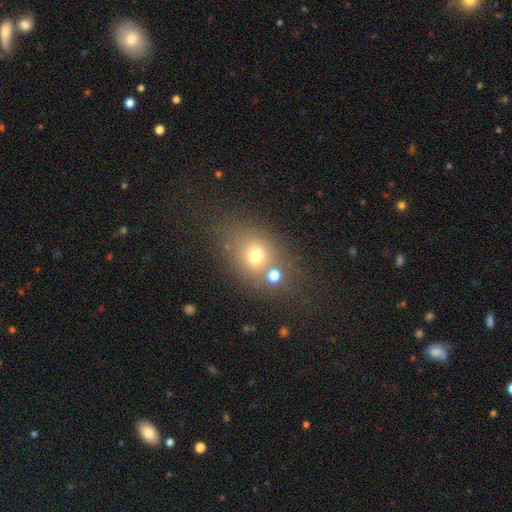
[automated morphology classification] smooth-or-featured: smooth: 68% | star or artifact: 18% | featured or disk: 14%
  how-rounded: round: 56% | in between: 42% | cigar-shaped: 1%
  merging: none: 60% | merger: 20% | minor disturbance: 13% | major disturbance: 7%